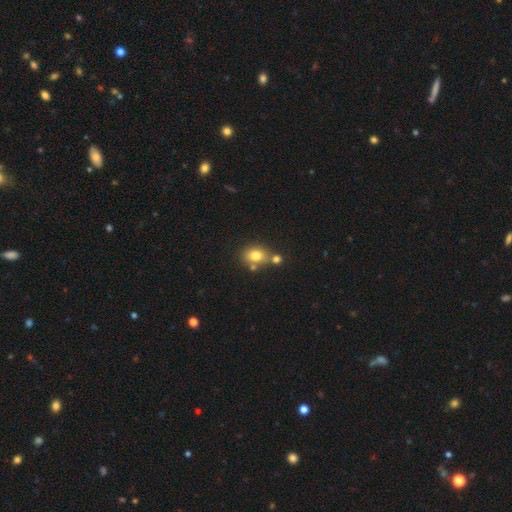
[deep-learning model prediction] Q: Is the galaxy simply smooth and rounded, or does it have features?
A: smooth — 78%.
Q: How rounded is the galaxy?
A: round — 50%.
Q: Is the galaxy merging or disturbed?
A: none — 59%.